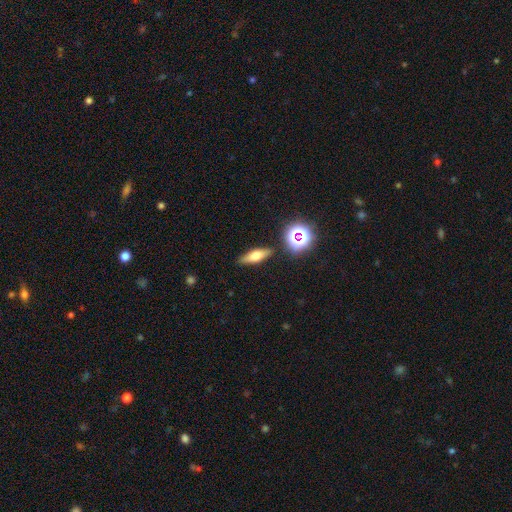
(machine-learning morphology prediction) Smooth or featured: smooth — 52% (featured or disk — 36%)
How rounded: cigar-shaped — 48% (in between — 44%)
Merging: none — 87% (minor disturbance — 8%)